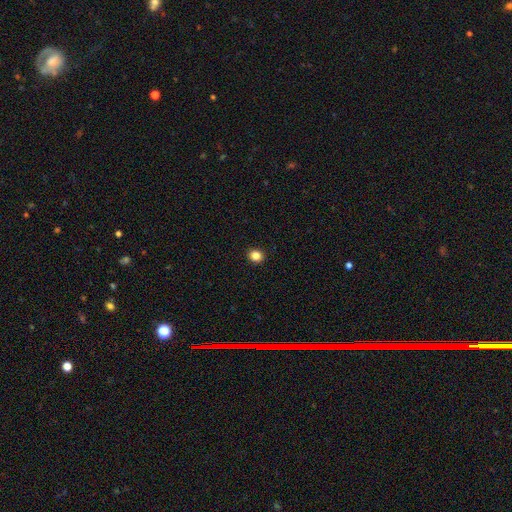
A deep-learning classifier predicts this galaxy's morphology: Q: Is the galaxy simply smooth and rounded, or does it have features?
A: smooth — 84%.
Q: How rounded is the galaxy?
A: round — 78%.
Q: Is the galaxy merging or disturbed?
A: none — 93%.